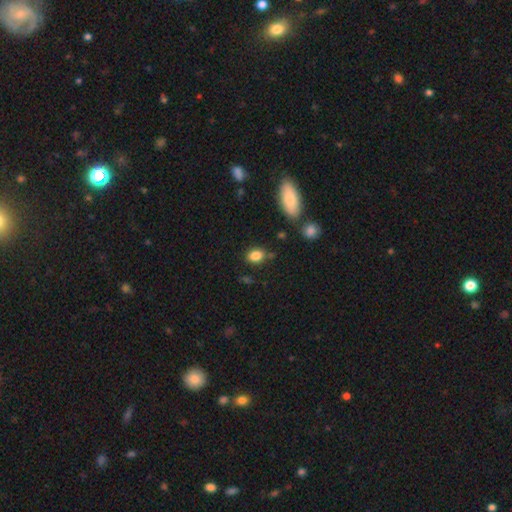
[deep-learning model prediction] Smooth or featured? smooth (85%)
How rounded? in between (73%)
Merging? none (73%)